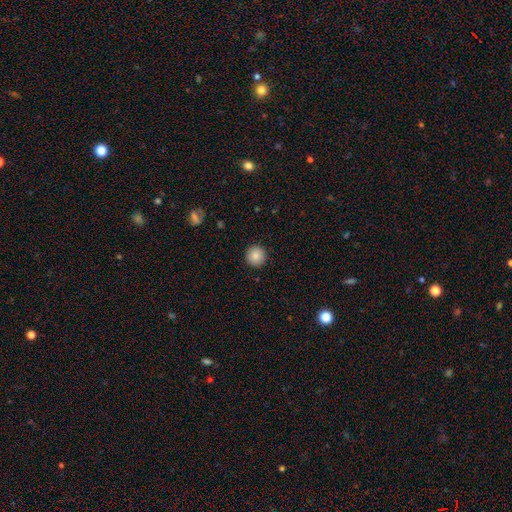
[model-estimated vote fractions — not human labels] smooth 85%, star or artifact 9%, featured or disk 6%. Down the decision tree: how rounded — round (96%); merging — none (92%).